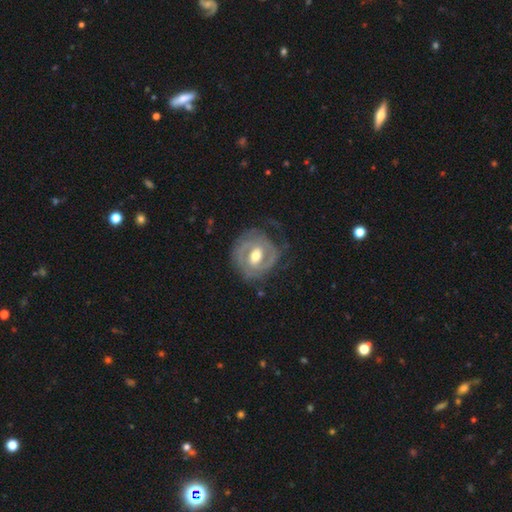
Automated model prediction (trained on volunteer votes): Morphology: type=featured or disk (83%); edge-on=no (97%); bar=weak (48%); spiral arms=yes (85%); winding=tight (60%); arm count=2 (62%); bulge=moderate (75%); merging=none (66%).